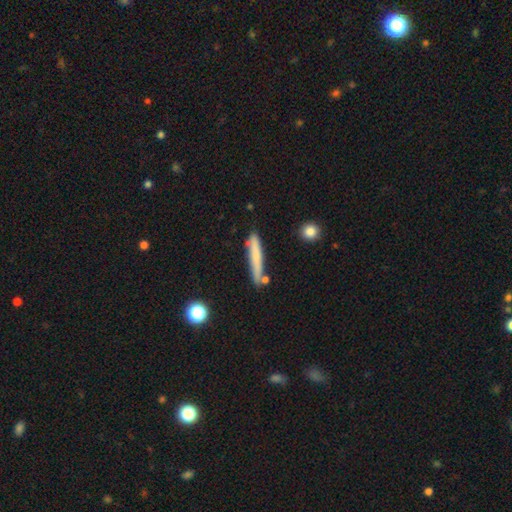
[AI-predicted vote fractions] This is likely a smooth galaxy (67%). How rounded: clearly cigar-shaped (94%). Merging: likely none (74%).